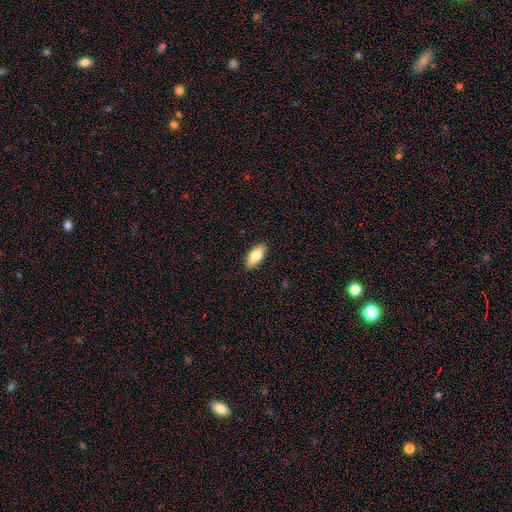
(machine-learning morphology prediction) Overall: smooth (80%). How rounded: in between (88%). Merging: none (89%).